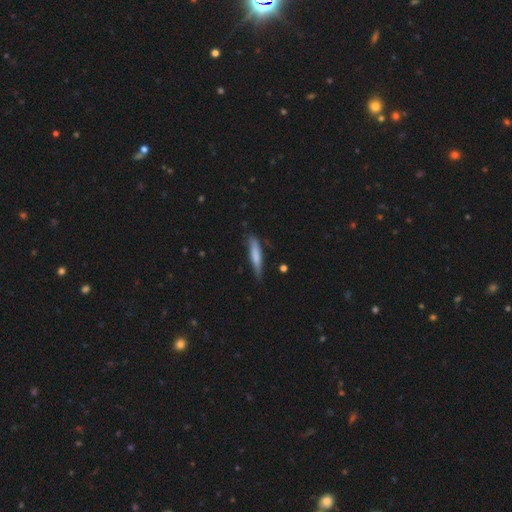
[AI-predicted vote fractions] Morphology: type=smooth (69%); roundness=cigar-shaped (87%); merging=none (72%).